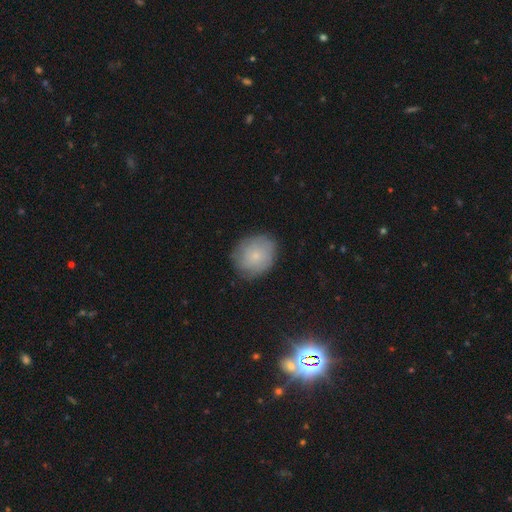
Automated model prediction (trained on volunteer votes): A smooth galaxy with no disk features (65%) that is round (65%). Merging: none (79%).